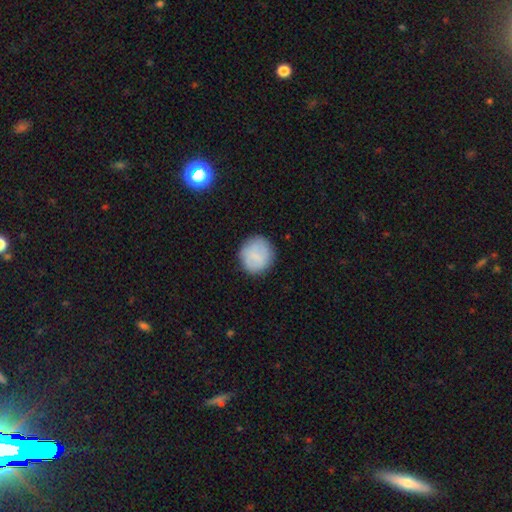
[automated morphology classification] Smooth or featured? smooth (81%)
How rounded? round (89%)
Merging? none (85%)